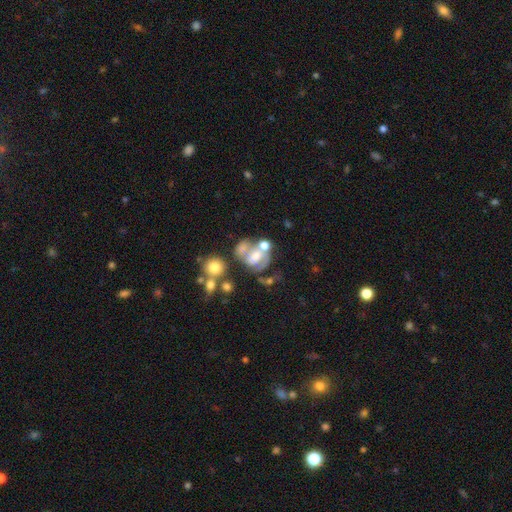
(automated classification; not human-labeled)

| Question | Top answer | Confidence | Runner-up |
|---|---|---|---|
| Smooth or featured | featured or disk | 57% | smooth (31%) |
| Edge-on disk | no | 97% | yes (3%) |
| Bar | no | 65% | weak (24%) |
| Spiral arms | no | 55% | yes (45%) |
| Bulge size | moderate | 52% | small (25%) |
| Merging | merger | 38% | none (28%) |